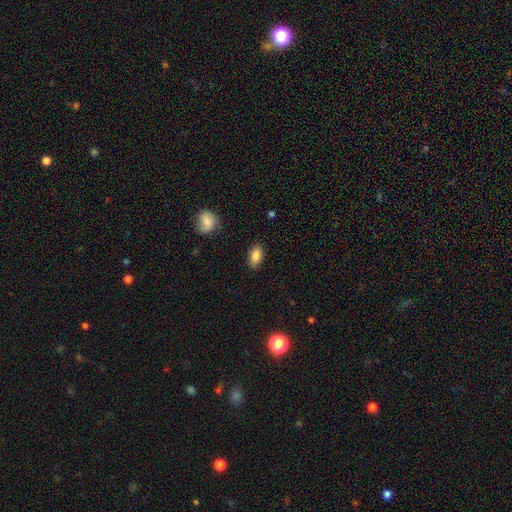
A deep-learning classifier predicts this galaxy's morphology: smooth-or-featured: smooth: 85% | star or artifact: 7% | featured or disk: 7%
  how-rounded: in between: 90% | round: 6% | cigar-shaped: 4%
  merging: none: 85% | minor disturbance: 11% | major disturbance: 3% | merger: 1%